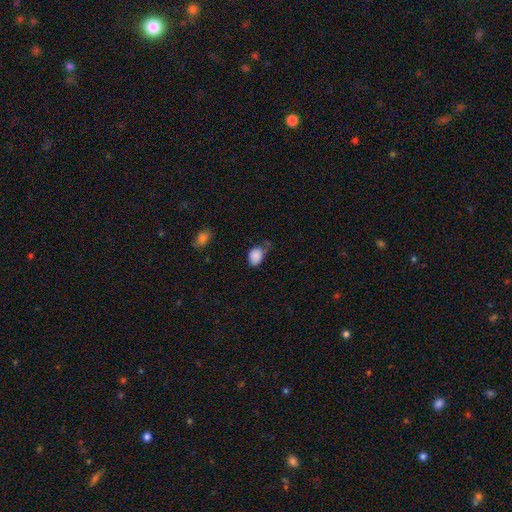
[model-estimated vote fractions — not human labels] smooth 87%, star or artifact 9%, featured or disk 4%. Down the decision tree: how rounded — in between (69%); merging — none (50%).